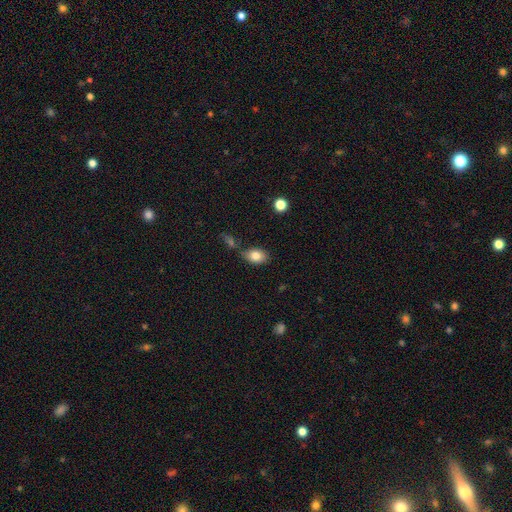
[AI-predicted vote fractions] A smooth galaxy with no disk features (82%) that is in between round and cigar-shaped (82%). Merging: none (72%).